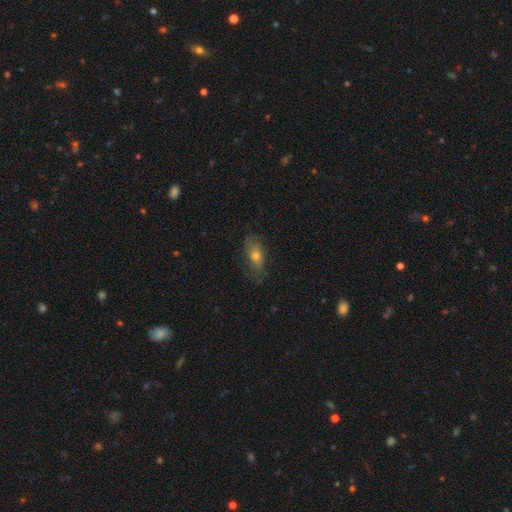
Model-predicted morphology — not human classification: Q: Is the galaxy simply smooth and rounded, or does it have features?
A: smooth — 55%.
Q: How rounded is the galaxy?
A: in between — 75%.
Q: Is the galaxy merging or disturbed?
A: none — 71%.